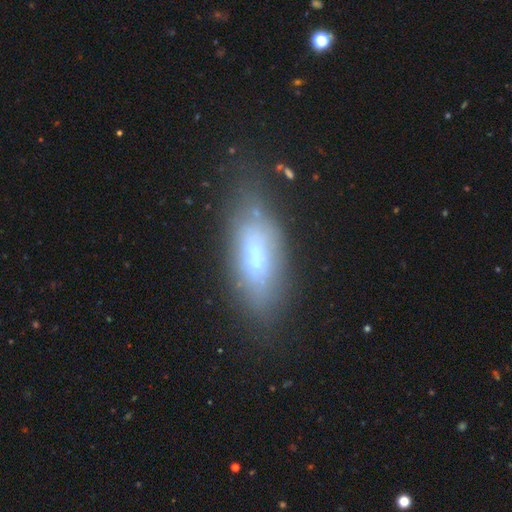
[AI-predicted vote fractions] Smooth or featured?
  - smooth: 58% *
  - featured or disk: 31%
  - star or artifact: 10%
How rounded?
  - in between: 76% *
  - cigar-shaped: 21%
  - round: 3%
Merging?
  - none: 56% *
  - minor disturbance: 26%
  - major disturbance: 14%
  - merger: 4%